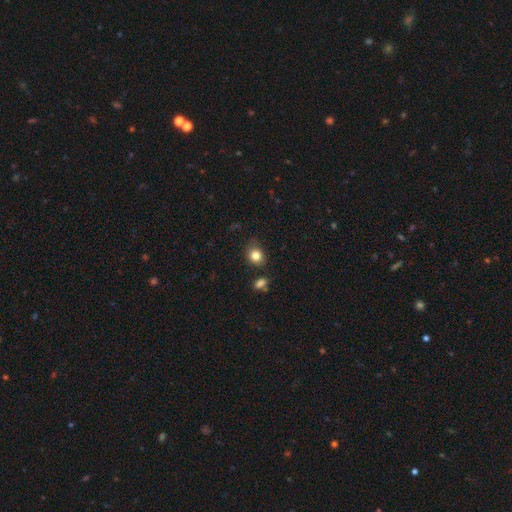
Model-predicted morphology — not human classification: Overall: smooth (83%). How rounded: round (62%; in between 37%). Merging: none (75%).